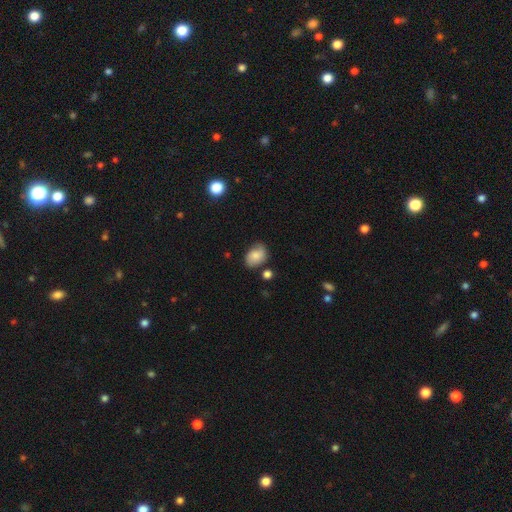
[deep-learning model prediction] Overall: smooth (76%). How rounded: in between (73%). Merging: none (64%; minor disturbance 25%).